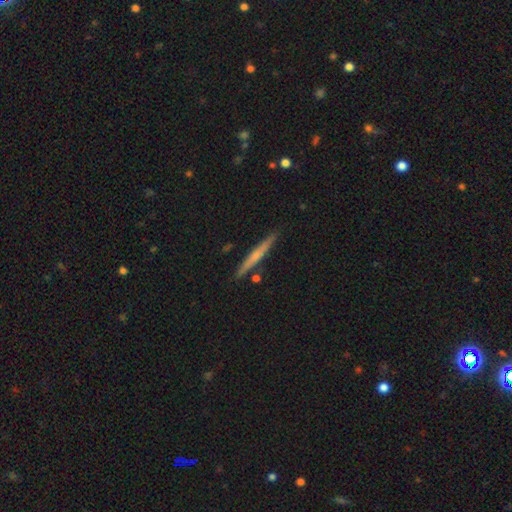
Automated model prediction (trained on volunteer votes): This is possibly a featured or disk galaxy (48%). Merging: clearly none (89%).